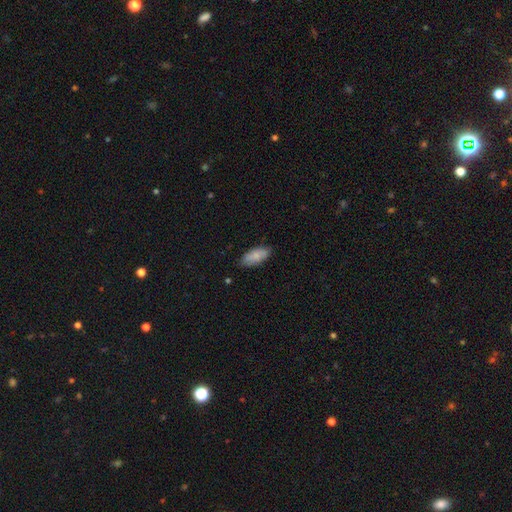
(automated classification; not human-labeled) Q: Smooth or featured?
A: smooth (80%); runner-up: featured or disk (14%)
Q: How rounded?
A: in between (89%); runner-up: cigar-shaped (8%)
Q: Merging?
A: none (79%); runner-up: minor disturbance (17%)